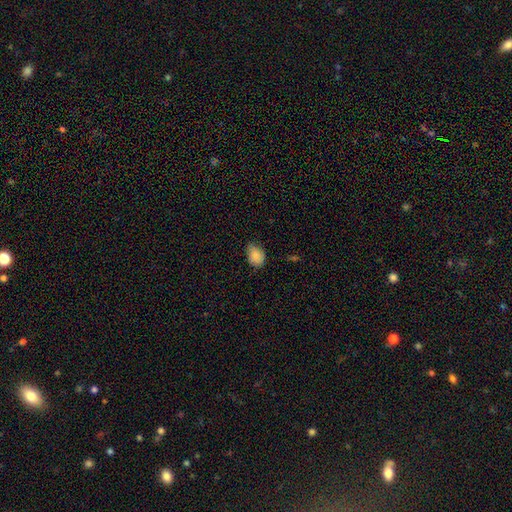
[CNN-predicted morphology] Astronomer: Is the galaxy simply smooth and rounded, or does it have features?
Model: smooth — 86%.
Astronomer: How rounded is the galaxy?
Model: in between — 72%.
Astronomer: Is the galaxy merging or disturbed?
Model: none — 61%.